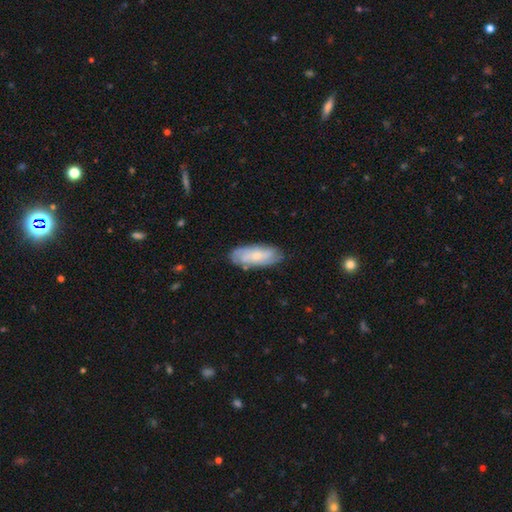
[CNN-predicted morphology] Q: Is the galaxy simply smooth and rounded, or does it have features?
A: featured or disk — 48%.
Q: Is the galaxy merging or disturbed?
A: none — 78%.